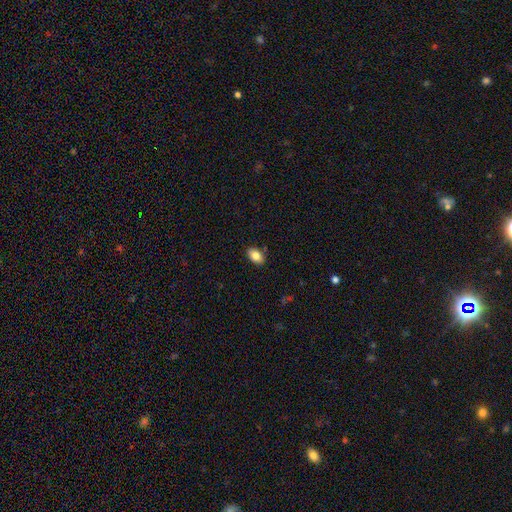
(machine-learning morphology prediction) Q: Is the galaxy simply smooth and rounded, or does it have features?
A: smooth — 83%.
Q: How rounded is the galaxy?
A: in between — 88%.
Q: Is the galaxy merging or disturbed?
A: none — 86%.